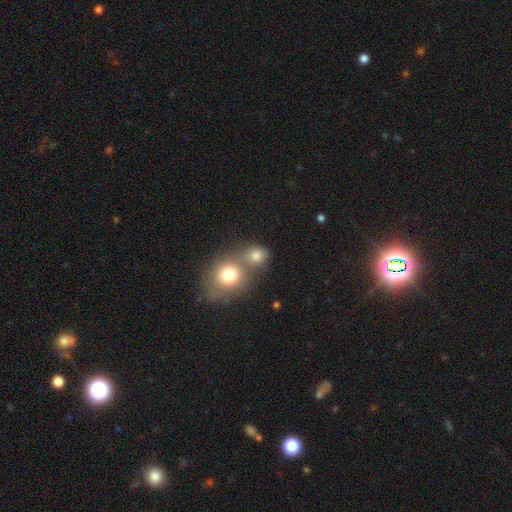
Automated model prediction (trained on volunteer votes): smooth 78%, star or artifact 12%, featured or disk 10%. Down the decision tree: how rounded — round (72%); merging — merger (51%).